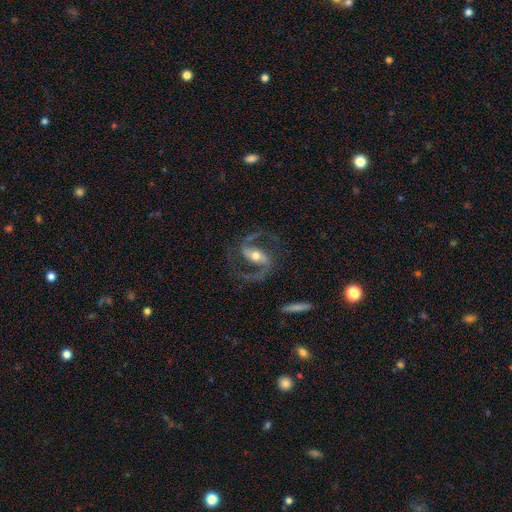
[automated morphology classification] Smooth or featured: featured or disk — 91% (star or artifact — 5%)
Edge-on disk: no — 96% (yes — 4%)
Bar: strong — 51% (weak — 32%)
Spiral arms: yes — 97% (no — 3%)
Spiral winding: medium — 60% (loose — 30%)
Spiral arm count: 2 — 94% (1 — 2%)
Bulge size: moderate — 65% (small — 27%)
Merging: none — 78% (minor disturbance — 11%)